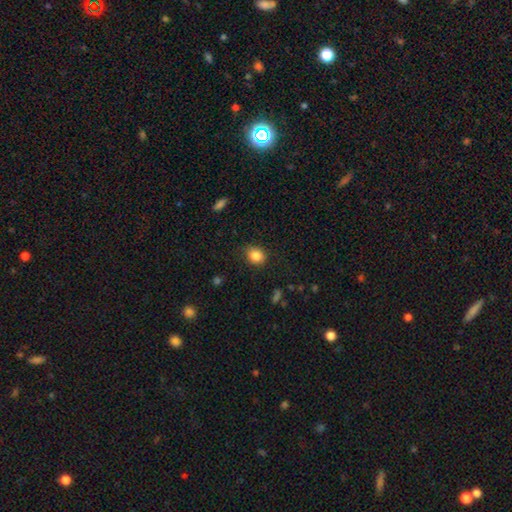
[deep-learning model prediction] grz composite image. It shows a smooth galaxy with no disk features (85%) that is round (62%). Merging: none (83%).